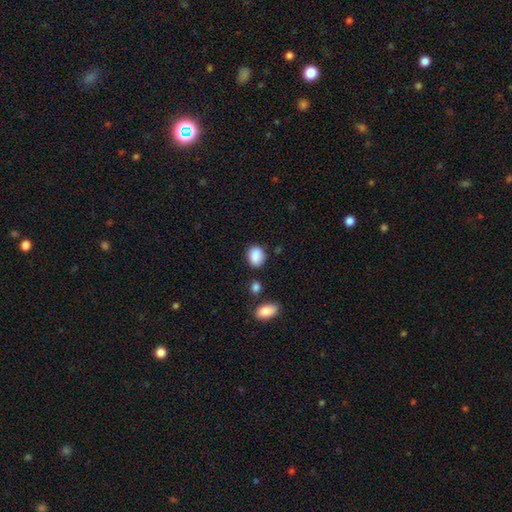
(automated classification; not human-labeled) smooth-or-featured: smooth: 88% | star or artifact: 8% | featured or disk: 4%
  how-rounded: in between: 57% | round: 41% | cigar-shaped: 1%
  merging: none: 77% | minor disturbance: 15% | merger: 5% | major disturbance: 4%